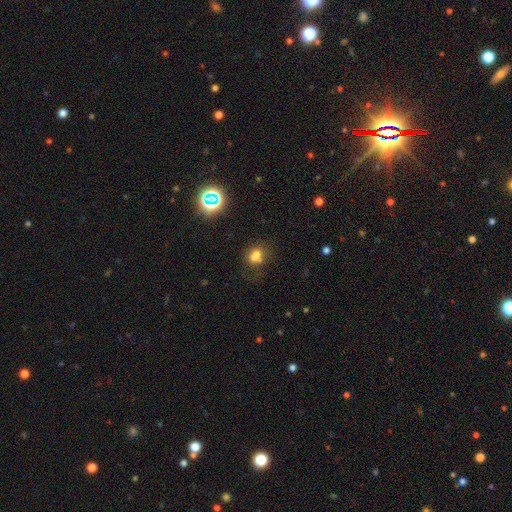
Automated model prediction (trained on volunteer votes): This is likely a smooth galaxy (61%). How rounded: possibly round (52%). Merging: marginally none (43%).